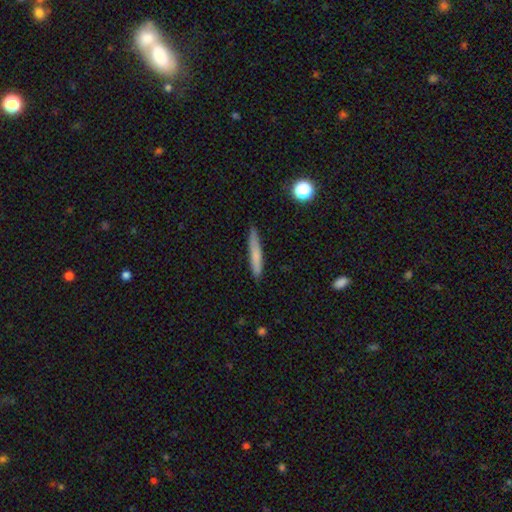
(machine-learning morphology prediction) Smooth or featured?
  - smooth: 72% *
  - featured or disk: 21%
  - star or artifact: 7%
How rounded?
  - cigar-shaped: 94% *
  - in between: 5%
  - round: 2%
Merging?
  - none: 85% *
  - minor disturbance: 11%
  - major disturbance: 2%
  - merger: 1%